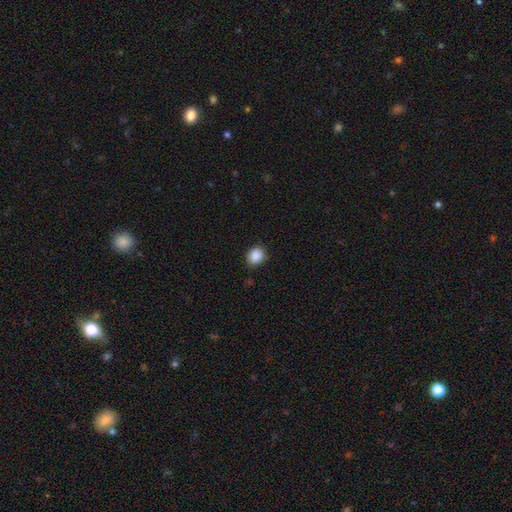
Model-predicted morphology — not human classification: Smooth or featured: smooth — 88% (star or artifact — 9%)
How rounded: round — 63% (in between — 36%)
Merging: none — 80% (minor disturbance — 16%)